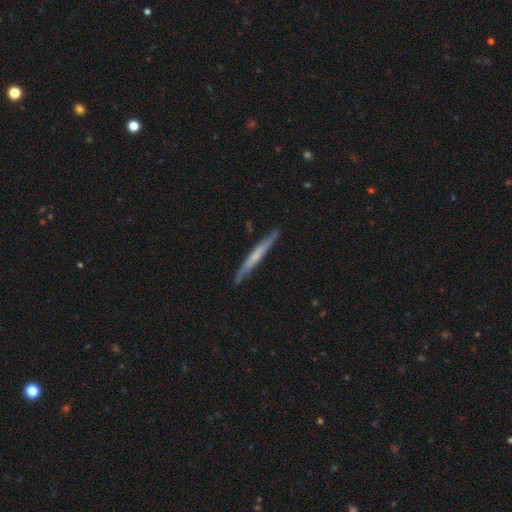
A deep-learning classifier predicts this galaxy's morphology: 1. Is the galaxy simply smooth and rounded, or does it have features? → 54% featured or disk, 40% smooth, 5% star or artifact.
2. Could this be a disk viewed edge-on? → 94% yes, 6% no.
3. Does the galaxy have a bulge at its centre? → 64% none, 29% rounded, 7% boxy.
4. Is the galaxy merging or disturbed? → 86% none, 11% minor disturbance, 2% major disturbance, 1% merger.